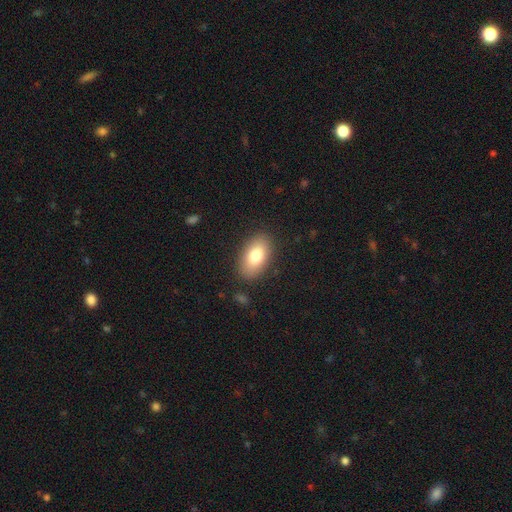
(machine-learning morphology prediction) smooth-or-featured: smooth: 80% | featured or disk: 13% | star or artifact: 7%
  how-rounded: in between: 93% | round: 6% | cigar-shaped: 2%
  merging: none: 86% | minor disturbance: 10% | major disturbance: 3% | merger: 1%